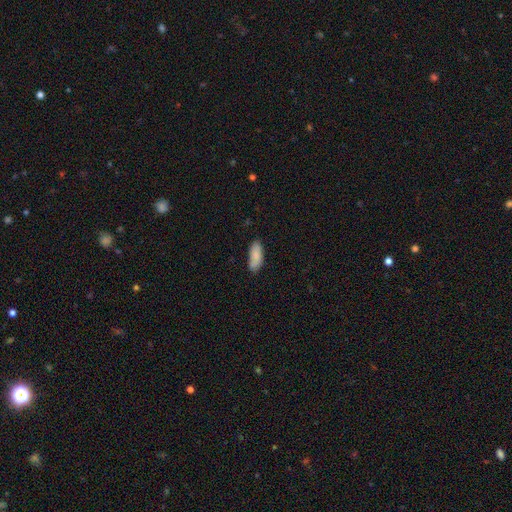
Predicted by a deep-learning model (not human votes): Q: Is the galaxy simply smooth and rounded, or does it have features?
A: smooth — 85%.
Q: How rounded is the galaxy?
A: in between — 79%.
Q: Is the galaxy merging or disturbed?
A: none — 80%.